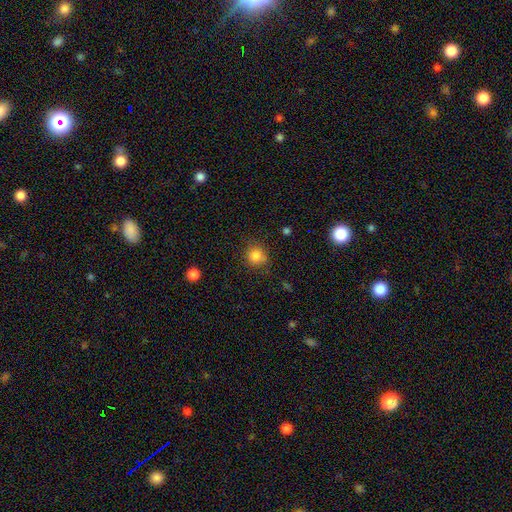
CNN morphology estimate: This appears to be a smooth galaxy with no disk features (83%) that is round (84%). Merging: none (74%).